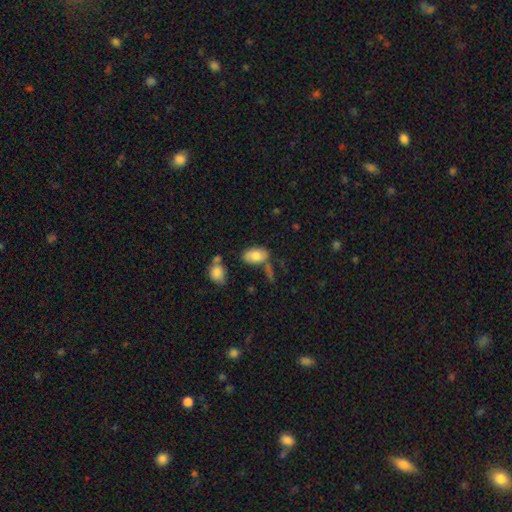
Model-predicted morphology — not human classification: type=smooth (79%); roundness=in between (92%); merging=none (56%).